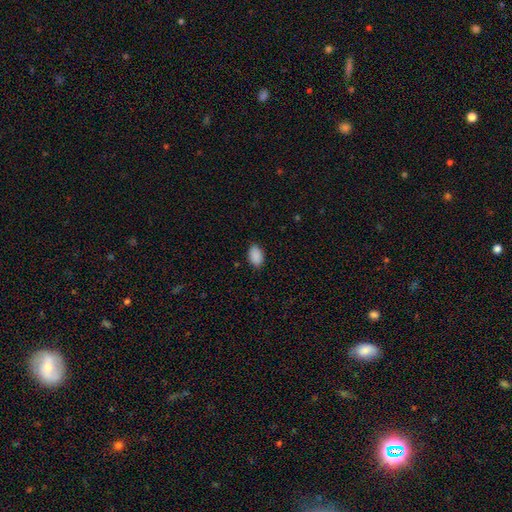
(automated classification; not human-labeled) smooth_or_featured: smooth (p=0.90) [alt: star or artifact p=0.07]
how_rounded: in between (p=0.91) [alt: round p=0.08]
merging: none (p=0.86) [alt: minor disturbance p=0.11]